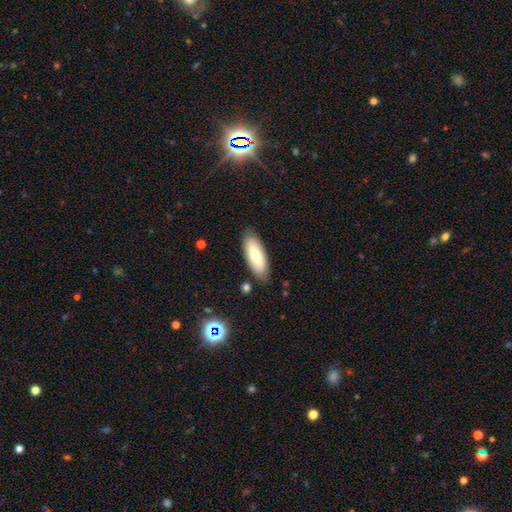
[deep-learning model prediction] smooth 71%, featured or disk 23%, star or artifact 6%. Down the decision tree: how rounded — in between (73%); merging — none (83%).